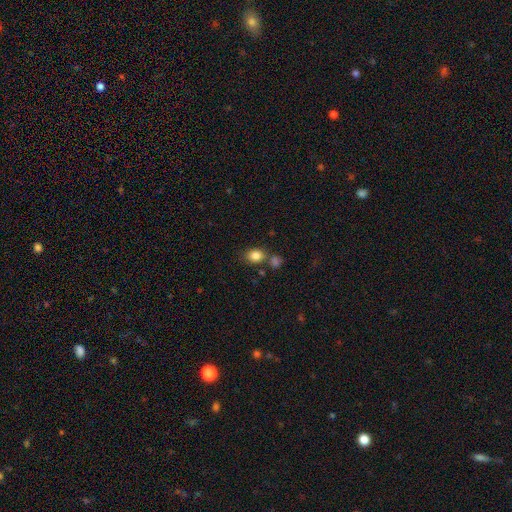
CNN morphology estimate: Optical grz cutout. It shows a smooth galaxy with no disk features (84%) that is round (51%). Merging: none (66%).